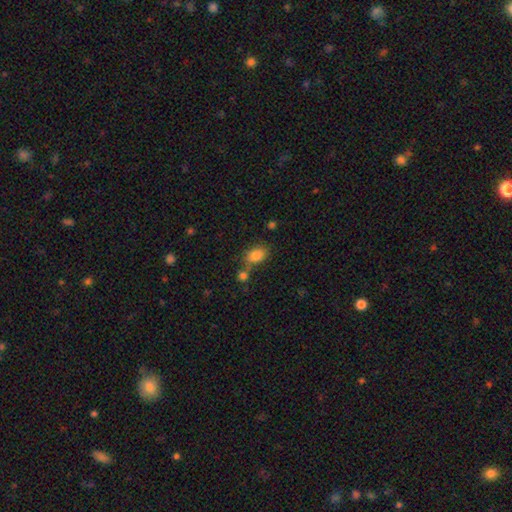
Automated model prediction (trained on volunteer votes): A smooth galaxy with no disk features (83%) that is in between round and cigar-shaped (80%).

Vote fractions:
- Smooth or featured? smooth: 83% / star or artifact: 9% / featured or disk: 8%
- How rounded? in between: 80% / round: 18% / cigar-shaped: 1%
- Merging? none: 55% / merger: 25% / minor disturbance: 15% / major disturbance: 5%